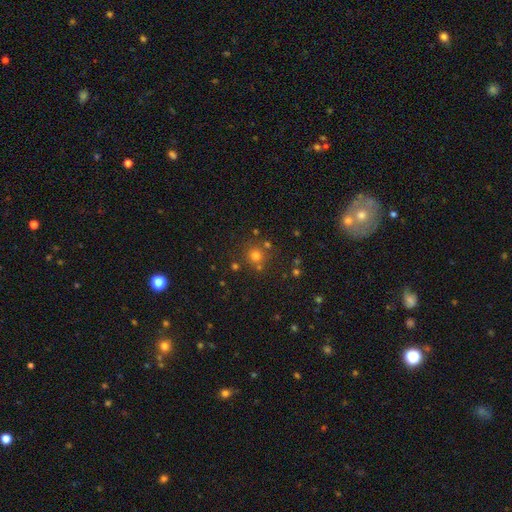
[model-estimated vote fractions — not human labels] Q: Smooth or featured?
A: smooth (70%); runner-up: star or artifact (21%)
Q: How rounded?
A: round (93%); runner-up: in between (6%)
Q: Merging?
A: none (76%); runner-up: merger (11%)